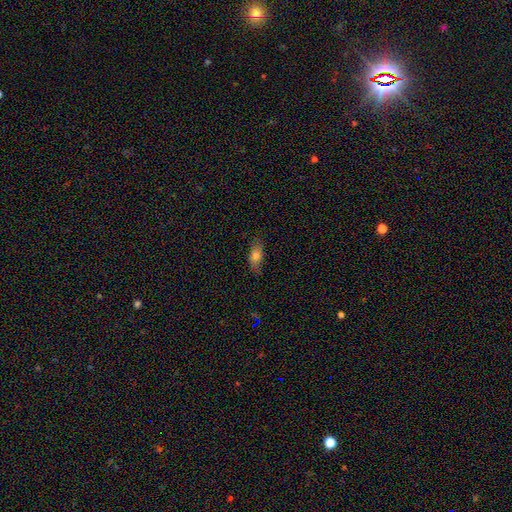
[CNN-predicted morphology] Overall: smooth (72%). How rounded: in between (79%). Merging: none (75%).